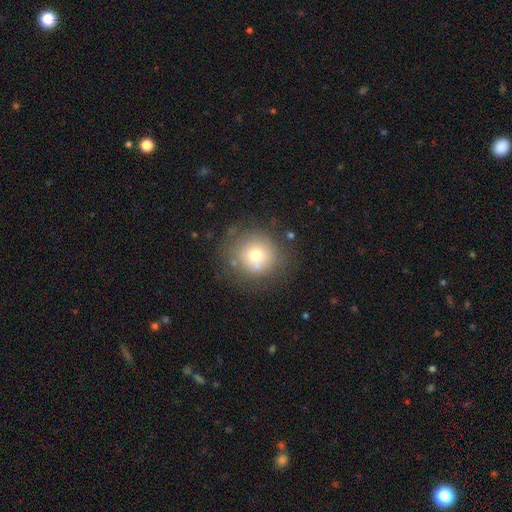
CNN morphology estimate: Smooth or featured? Predicted: smooth (p=0.68). How rounded? Predicted: round (p=0.93). Merging? Predicted: none (p=0.74).